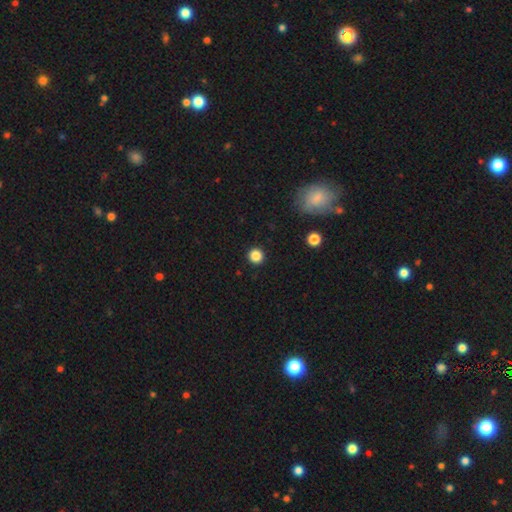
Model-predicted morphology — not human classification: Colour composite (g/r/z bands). It shows a smooth galaxy with no disk features (85%) that is round (95%). Merging: none (93%).